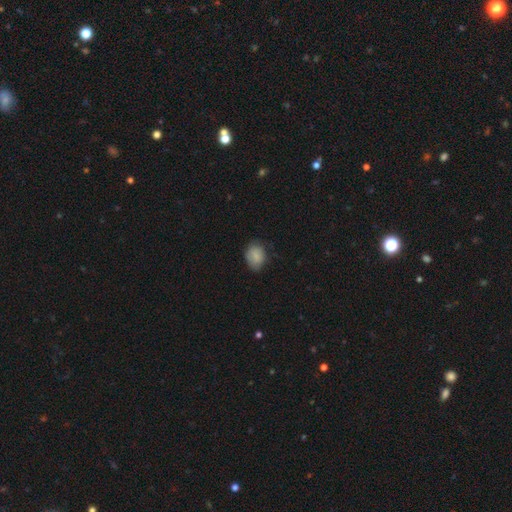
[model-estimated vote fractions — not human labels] smooth 84%, featured or disk 8%, star or artifact 8%. Down the decision tree: how rounded — in between (54%); merging — none (70%).